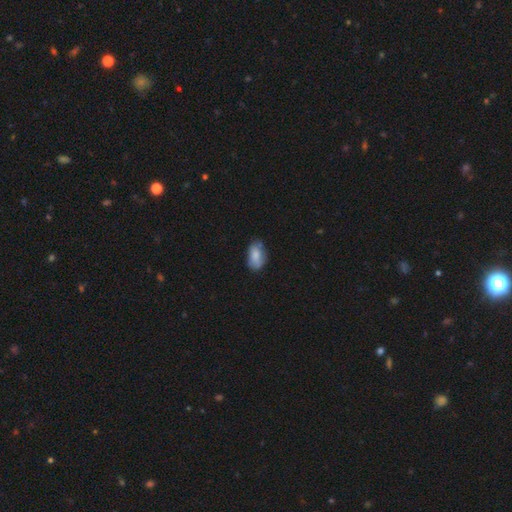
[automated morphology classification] This appears to be a smooth galaxy with no disk features (79%) that is in between round and cigar-shaped (92%). Merging: none (65%).